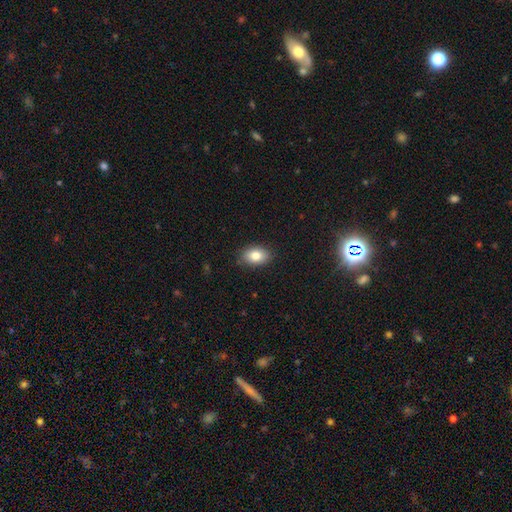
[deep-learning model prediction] Q: Smooth or featured?
A: smooth (82%); runner-up: featured or disk (10%)
Q: How rounded?
A: in between (85%); runner-up: round (14%)
Q: Merging?
A: none (87%); runner-up: minor disturbance (10%)